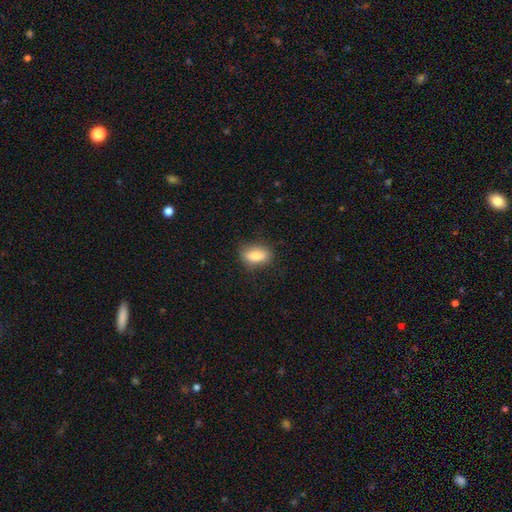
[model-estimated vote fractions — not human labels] Smooth or featured? smooth (78%)
How rounded? in between (80%)
Merging? none (82%)